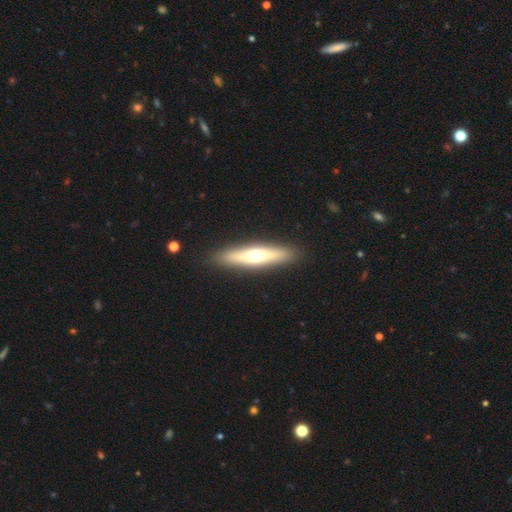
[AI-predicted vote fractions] featured or disk 49%, smooth 46%, star or artifact 6%. Down the decision tree: merging — none (90%).